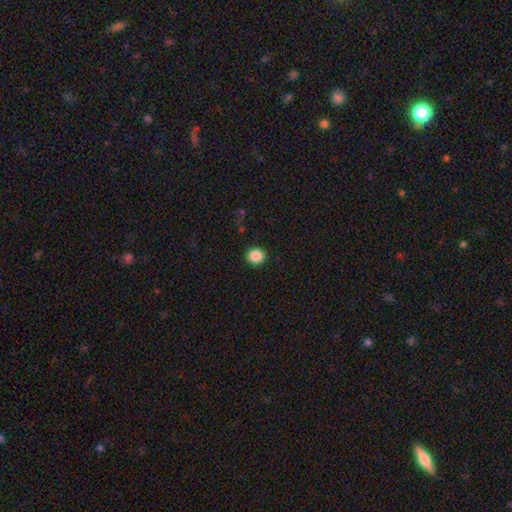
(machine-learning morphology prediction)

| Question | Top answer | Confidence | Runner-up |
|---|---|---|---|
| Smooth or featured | smooth | 88% | star or artifact (9%) |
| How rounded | round | 84% | in between (15%) |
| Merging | none | 92% | minor disturbance (5%) |